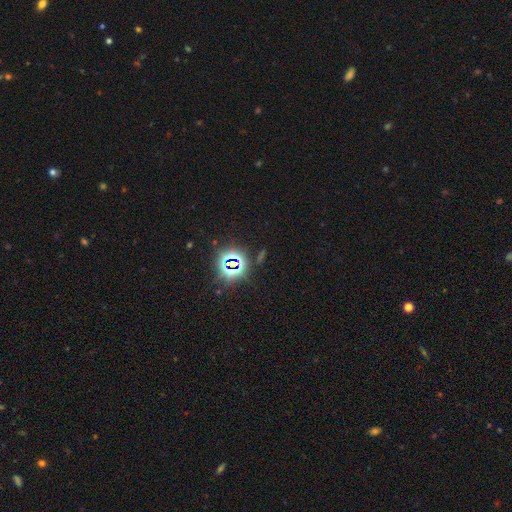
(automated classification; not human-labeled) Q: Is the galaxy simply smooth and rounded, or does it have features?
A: star or artifact — 81%.